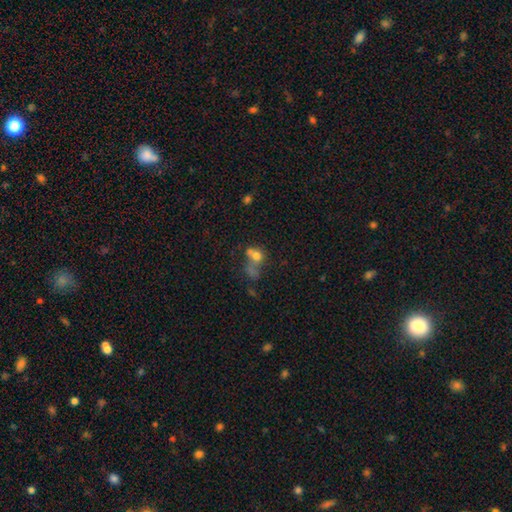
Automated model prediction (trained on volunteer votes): This is likely a smooth galaxy (65%). How rounded: likely round (63%). Merging: possibly merger (53%).